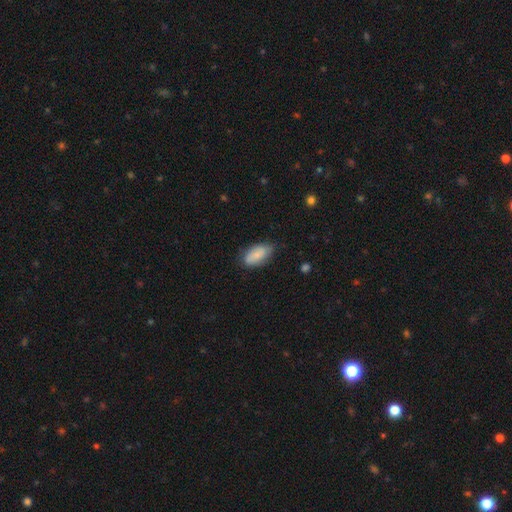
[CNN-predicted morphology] A smooth galaxy with no disk features (83%) that is in between round and cigar-shaped (91%).

Vote fractions:
- Smooth or featured? smooth: 83% / featured or disk: 11% / star or artifact: 6%
- How rounded? in between: 91% / cigar-shaped: 6% / round: 3%
- Merging? none: 73% / minor disturbance: 22% / major disturbance: 4% / merger: 1%